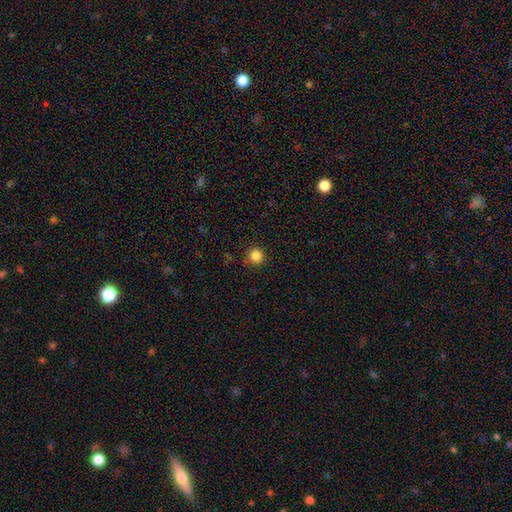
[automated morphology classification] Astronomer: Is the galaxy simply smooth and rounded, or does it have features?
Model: smooth — 84%.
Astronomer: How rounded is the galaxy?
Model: round — 94%.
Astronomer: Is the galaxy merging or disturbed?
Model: none — 87%.